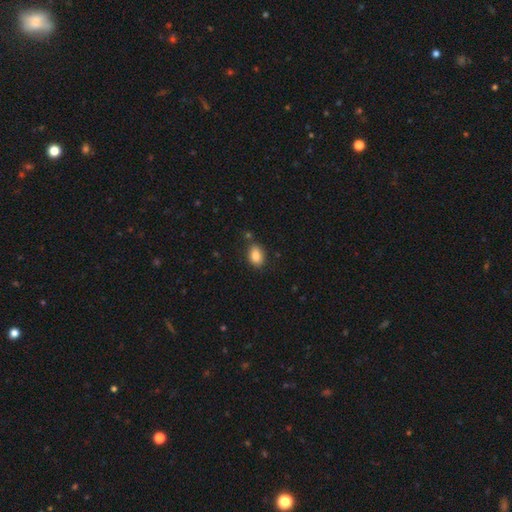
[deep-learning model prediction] Smooth or featured?
  - smooth: 86% *
  - star or artifact: 8%
  - featured or disk: 6%
How rounded?
  - in between: 84% *
  - round: 14%
  - cigar-shaped: 2%
Merging?
  - none: 80% *
  - minor disturbance: 13%
  - merger: 4%
  - major disturbance: 3%